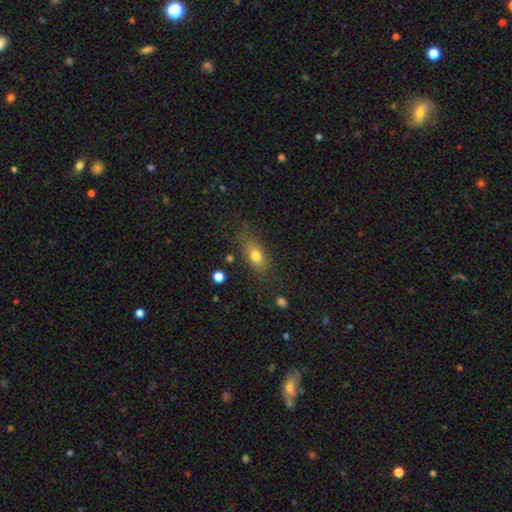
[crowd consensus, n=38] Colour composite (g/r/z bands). It shows a smooth galaxy with no disk features (89%) that is in between round and cigar-shaped (71%). Merging: none (81%).